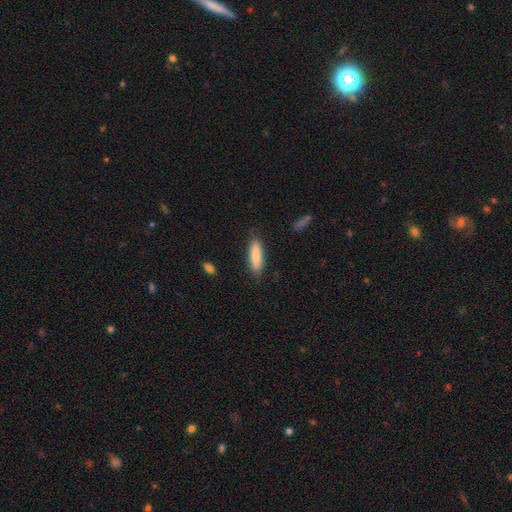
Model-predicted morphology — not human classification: A smooth galaxy with no disk features (86%) that is cigar-shaped (60%). Merging: none (86%).